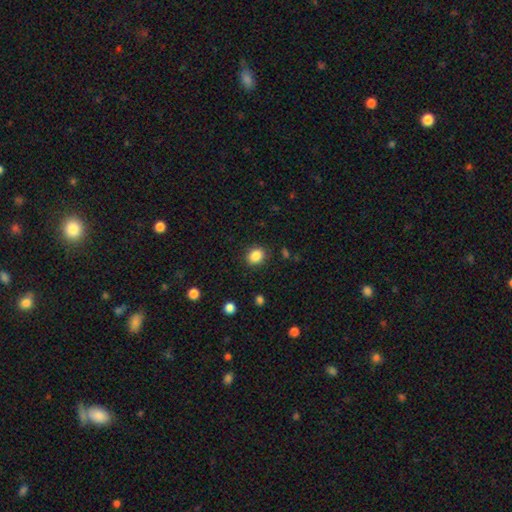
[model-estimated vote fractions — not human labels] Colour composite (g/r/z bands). It shows a smooth galaxy with no disk features (86%) that is round (60%). Merging: none (88%).